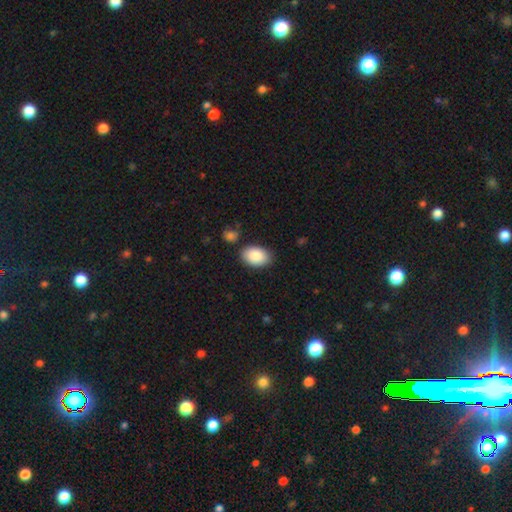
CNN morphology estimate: type=smooth (89%); roundness=in between (91%); merging=none (83%).